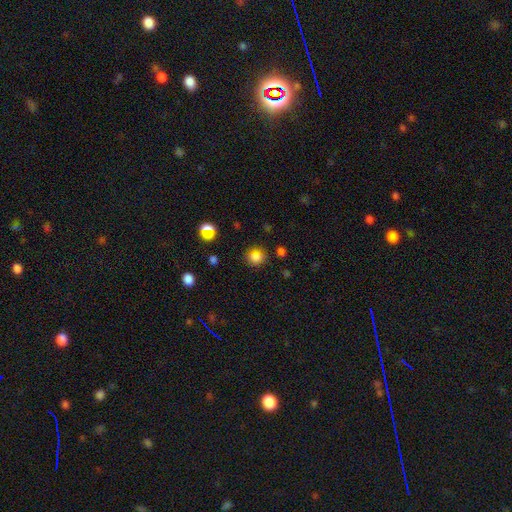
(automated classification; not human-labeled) Smooth or featured: smooth — 78% (star or artifact — 14%)
How rounded: round — 82% (in between — 17%)
Merging: none — 81% (minor disturbance — 10%)